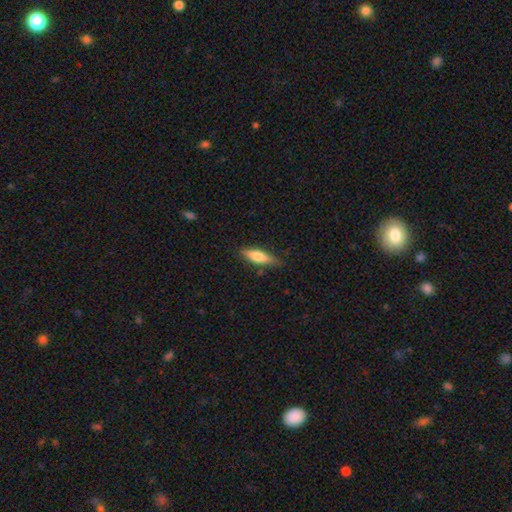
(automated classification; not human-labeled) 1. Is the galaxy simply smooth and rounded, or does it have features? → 72% smooth, 22% featured or disk, 6% star or artifact.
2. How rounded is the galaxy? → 53% cigar-shaped, 45% in between, 2% round.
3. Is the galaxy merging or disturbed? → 76% none, 18% minor disturbance, 3% major disturbance, 2% merger.